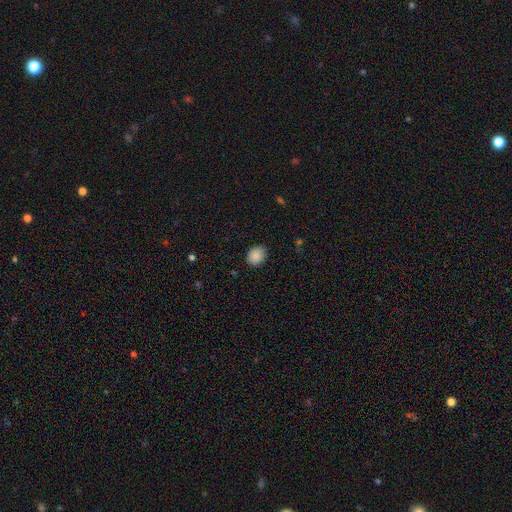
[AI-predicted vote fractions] Q: Smooth or featured?
A: smooth (89%); runner-up: star or artifact (8%)
Q: How rounded?
A: round (52%); runner-up: in between (47%)
Q: Merging?
A: none (86%); runner-up: minor disturbance (10%)